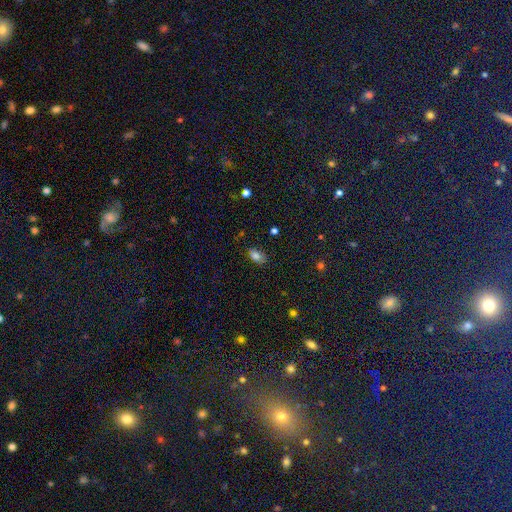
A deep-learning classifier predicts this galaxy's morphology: Smooth or featured?
  - smooth: 81% *
  - star or artifact: 11%
  - featured or disk: 8%
How rounded?
  - in between: 90% *
  - round: 7%
  - cigar-shaped: 3%
Merging?
  - none: 78% *
  - minor disturbance: 17%
  - major disturbance: 3%
  - merger: 1%